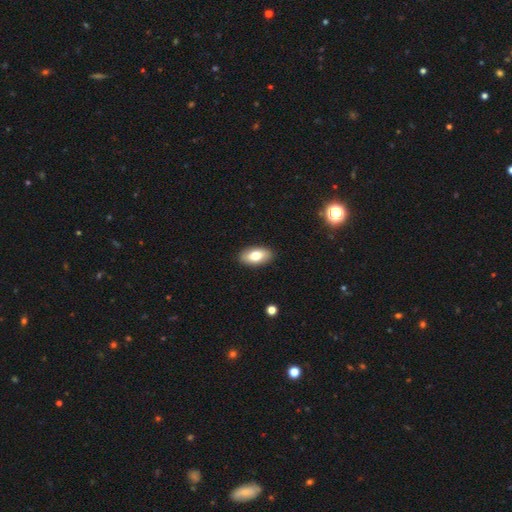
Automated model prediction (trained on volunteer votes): Overall: smooth (75%). How rounded: in between (93%). Merging: none (89%).